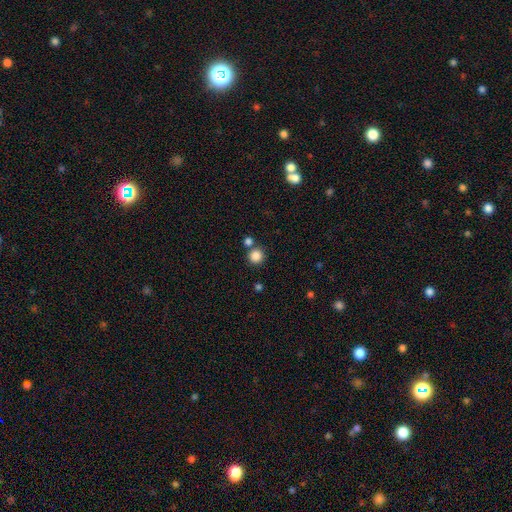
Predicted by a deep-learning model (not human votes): Overall: smooth (85%). How rounded: round (93%). Merging: none (74%).